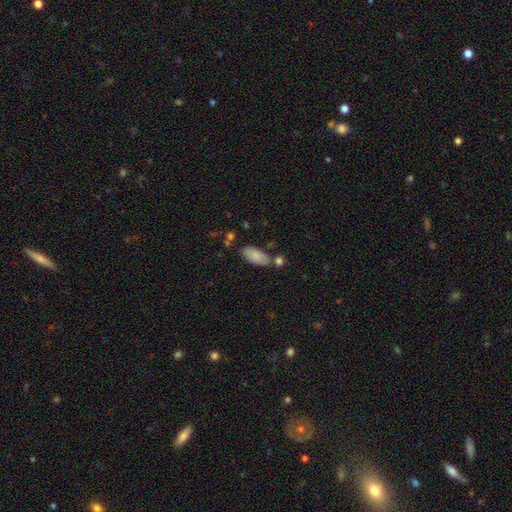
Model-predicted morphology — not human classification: The model was most divided on "merging": none: 68%, minor disturbance: 16%, merger: 12%, major disturbance: 4%. More confident: how rounded — in between (91%); smooth or featured — smooth (84%).